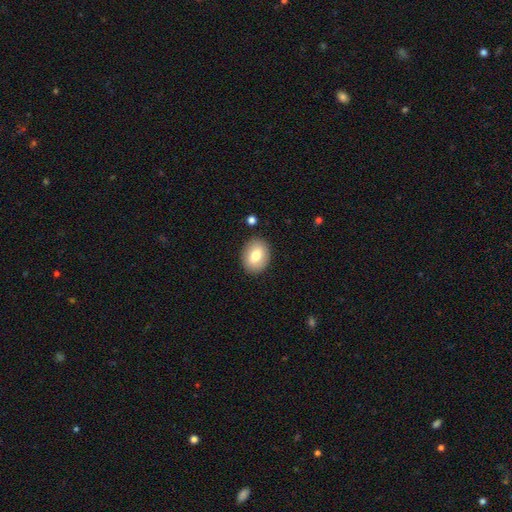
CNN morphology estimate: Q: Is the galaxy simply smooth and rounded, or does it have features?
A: smooth — 78%.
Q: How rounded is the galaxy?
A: in between — 65%.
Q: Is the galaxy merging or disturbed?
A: none — 88%.